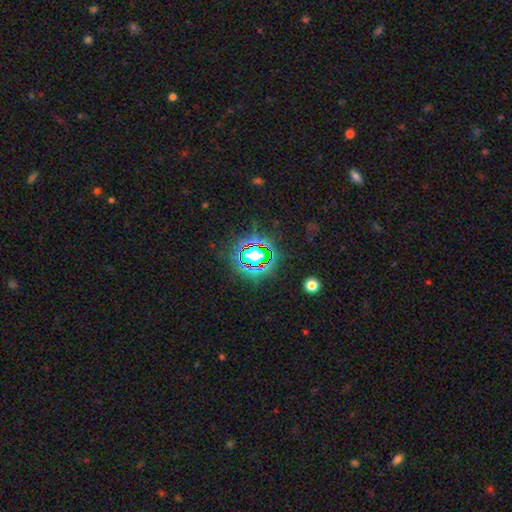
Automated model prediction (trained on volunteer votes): Smooth or featured? Predicted: star or artifact (p=0.73).